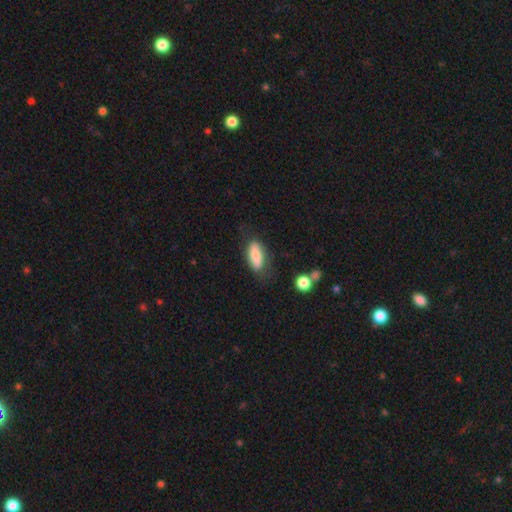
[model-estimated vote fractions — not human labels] Smooth or featured? smooth (79%)
How rounded? in between (78%)
Merging? none (67%)